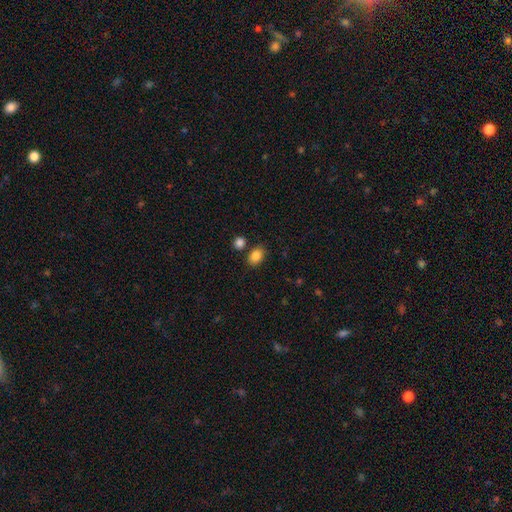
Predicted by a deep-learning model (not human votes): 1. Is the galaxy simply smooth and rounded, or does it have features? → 86% smooth, 9% star or artifact, 5% featured or disk.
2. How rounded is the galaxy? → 70% in between, 29% round, 1% cigar-shaped.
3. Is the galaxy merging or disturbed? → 77% none, 11% minor disturbance, 9% merger, 3% major disturbance.